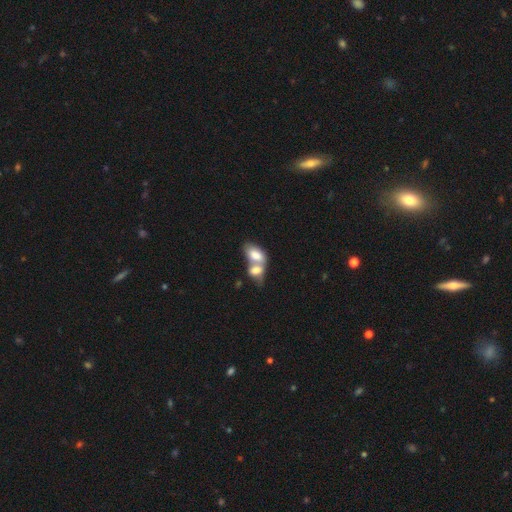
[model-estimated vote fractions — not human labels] Smooth or featured: smooth — 75% (featured or disk — 18%)
How rounded: in between — 91% (round — 7%)
Merging: merger — 78% (none — 12%)